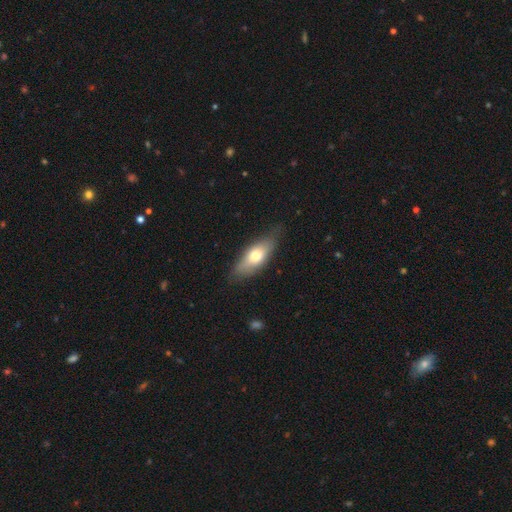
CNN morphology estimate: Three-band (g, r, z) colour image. It shows a smooth galaxy with no disk features (65%) that is in between round and cigar-shaped (73%). Merging: none (75%).